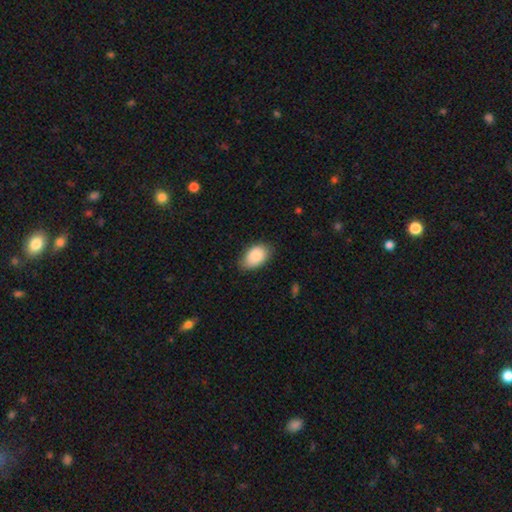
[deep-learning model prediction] A smooth galaxy with no disk features (85%) that is in between round and cigar-shaped (90%).

Vote fractions:
- Smooth or featured? smooth: 85% / featured or disk: 8% / star or artifact: 6%
- How rounded? in between: 90% / round: 9% / cigar-shaped: 1%
- Merging? none: 74% / minor disturbance: 21% / major disturbance: 4% / merger: 1%